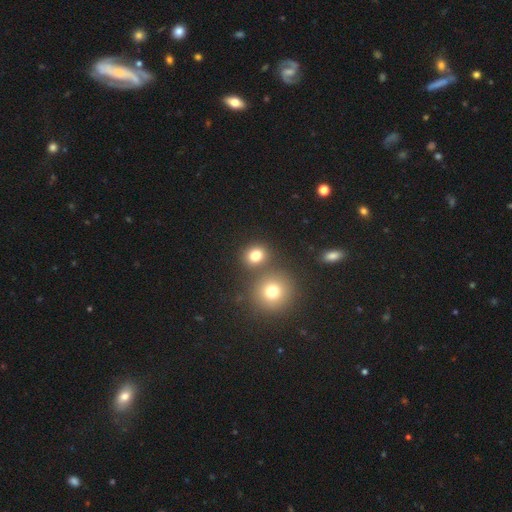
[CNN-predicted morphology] Smooth or featured? smooth (78%)
How rounded? round (77%)
Merging? none (71%)